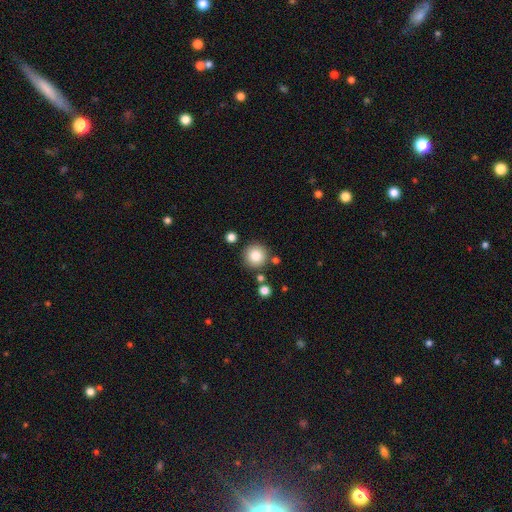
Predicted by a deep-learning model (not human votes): Q: Smooth or featured?
A: smooth (83%); runner-up: star or artifact (10%)
Q: How rounded?
A: round (95%); runner-up: in between (4%)
Q: Merging?
A: none (84%); runner-up: minor disturbance (8%)